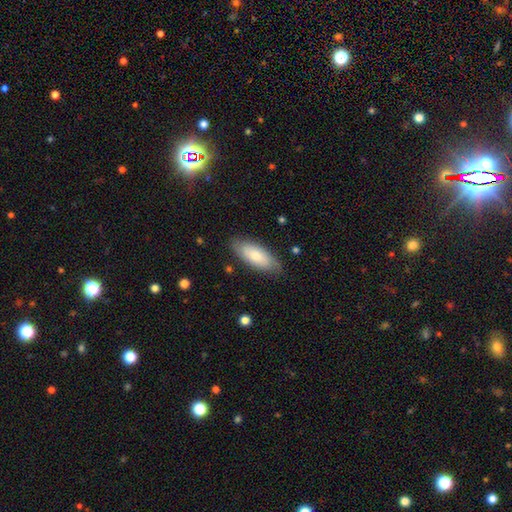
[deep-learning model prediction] smooth_or_featured: smooth (p=0.70) [alt: featured or disk p=0.24]
how_rounded: in between (p=0.81) [alt: cigar-shaped p=0.17]
merging: none (p=0.80) [alt: minor disturbance p=0.16]